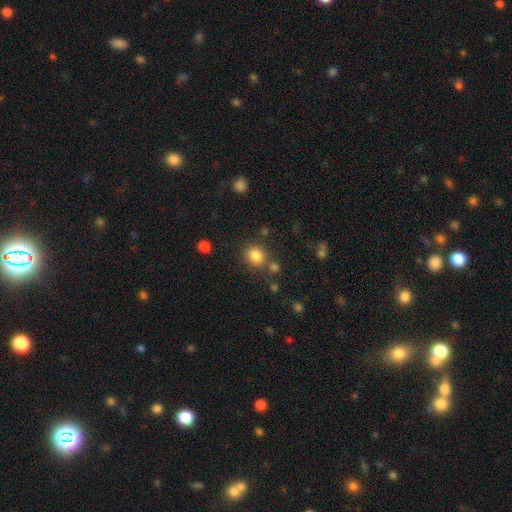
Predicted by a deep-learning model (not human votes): smooth_or_featured: smooth (p=0.84) [alt: star or artifact p=0.11]
how_rounded: round (p=0.87) [alt: in between p=0.12]
merging: none (p=0.77) [alt: merger p=0.10]